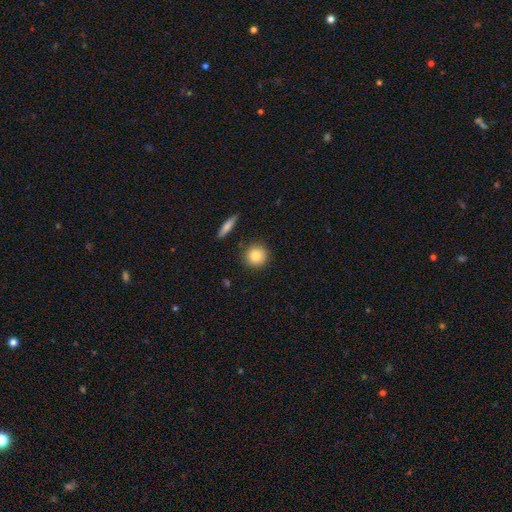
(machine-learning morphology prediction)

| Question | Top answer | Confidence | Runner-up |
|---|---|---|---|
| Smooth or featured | smooth | 84% | featured or disk (8%) |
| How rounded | round | 92% | in between (7%) |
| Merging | none | 88% | minor disturbance (7%) |